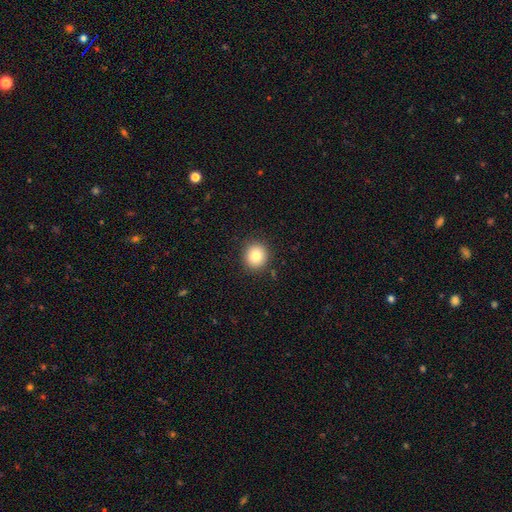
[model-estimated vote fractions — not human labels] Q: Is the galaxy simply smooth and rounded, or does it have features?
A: smooth — 82%.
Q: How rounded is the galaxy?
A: round — 89%.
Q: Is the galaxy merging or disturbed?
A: none — 90%.